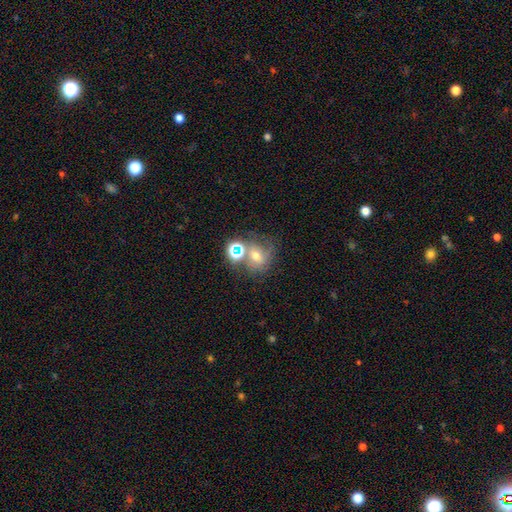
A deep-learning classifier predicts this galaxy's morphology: smooth-or-featured: featured or disk: 38% | smooth: 35% | star or artifact: 27%
  merging: none: 45% | merger: 28% | minor disturbance: 15% | major disturbance: 12%